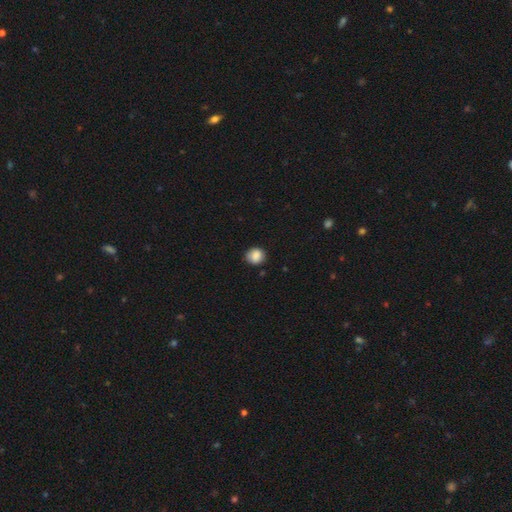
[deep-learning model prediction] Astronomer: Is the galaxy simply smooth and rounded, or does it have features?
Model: smooth — 86%.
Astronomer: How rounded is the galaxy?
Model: round — 76%.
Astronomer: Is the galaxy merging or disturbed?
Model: none — 81%.